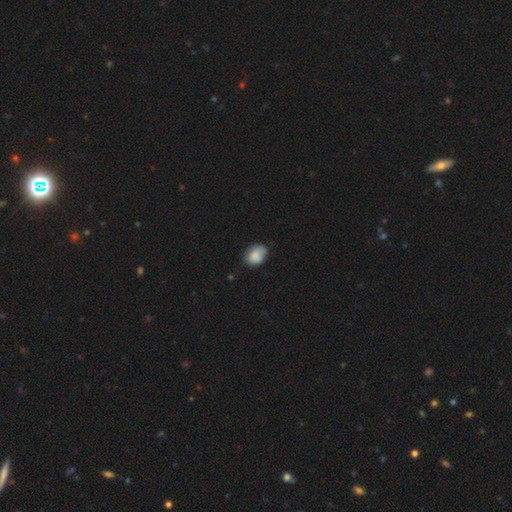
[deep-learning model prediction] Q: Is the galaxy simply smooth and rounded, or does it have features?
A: smooth — 83%.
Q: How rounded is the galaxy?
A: in between — 69%.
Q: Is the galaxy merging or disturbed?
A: none — 62%.